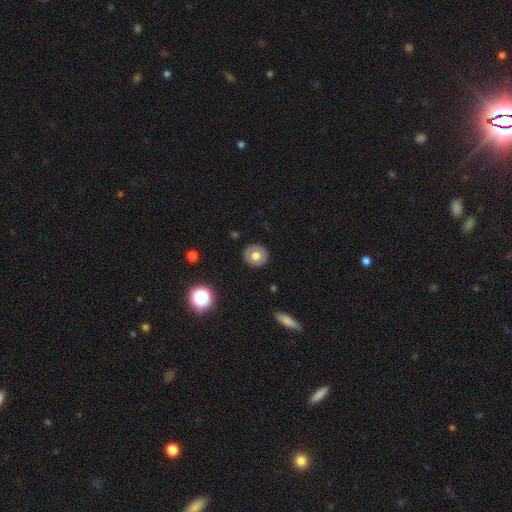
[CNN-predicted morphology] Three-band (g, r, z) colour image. It shows a smooth galaxy with no disk features (66%) that is round (89%). Merging: none (89%).